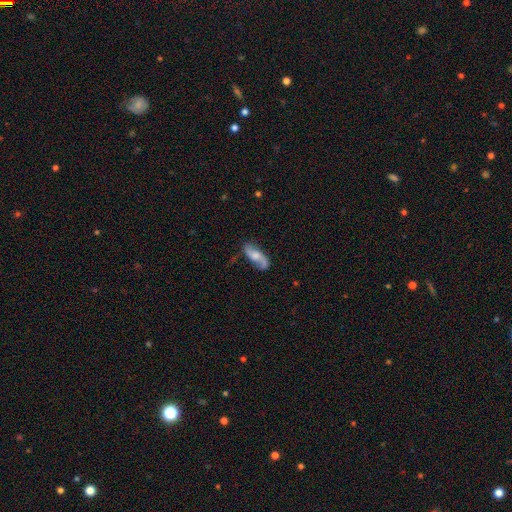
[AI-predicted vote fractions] Smooth or featured?
  - featured or disk: 62% *
  - smooth: 32%
  - star or artifact: 6%
Edge-on disk?
  - no: 88% *
  - yes: 12%
Bar?
  - no: 59% *
  - weak: 33%
  - strong: 8%
Spiral arms?
  - yes: 90% *
  - no: 10%
Bulge size?
  - moderate: 52% *
  - small: 26%
  - large: 12%
  - none: 9%
  - dominant: 2%
Merging?
  - none: 70% *
  - minor disturbance: 20%
  - major disturbance: 7%
  - merger: 3%